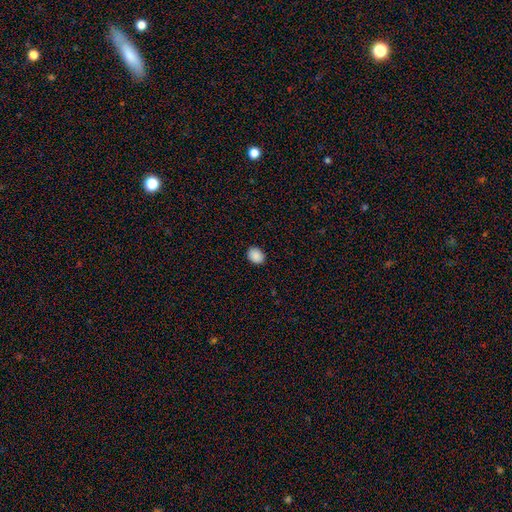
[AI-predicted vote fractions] Overall: smooth (89%). How rounded: in between (62%; round 37%). Merging: none (90%).